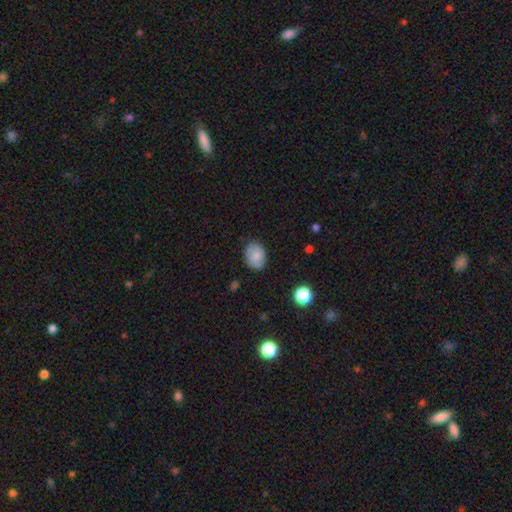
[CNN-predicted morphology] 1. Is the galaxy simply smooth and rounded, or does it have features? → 78% smooth, 14% featured or disk, 8% star or artifact.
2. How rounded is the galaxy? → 68% in between, 31% round, 1% cigar-shaped.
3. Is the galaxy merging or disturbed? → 80% none, 16% minor disturbance, 3% major disturbance, 1% merger.